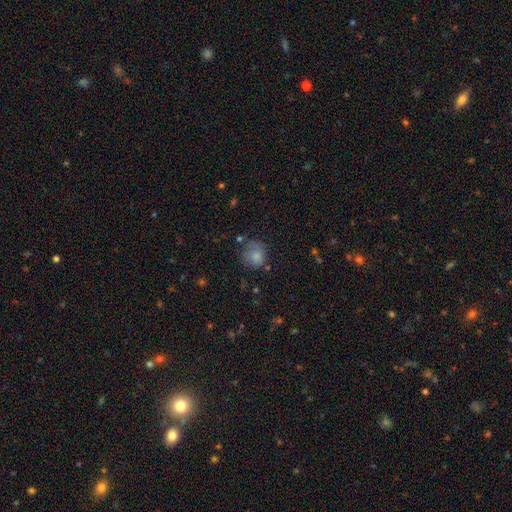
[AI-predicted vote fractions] This is likely a smooth galaxy (77%). How rounded: likely round (79%). Merging: possibly none (54%).